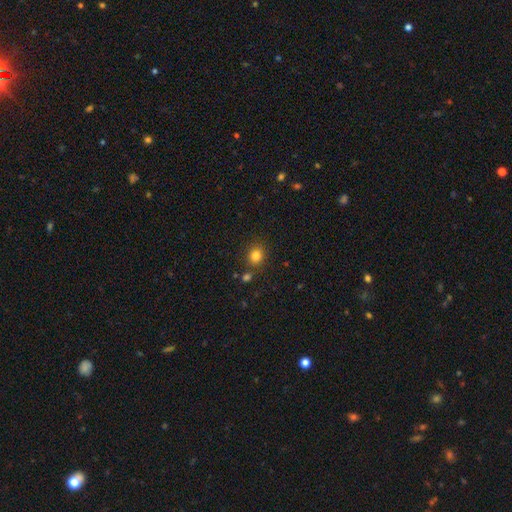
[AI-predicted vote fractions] A smooth galaxy with no disk features (82%) that is round (77%).

Vote fractions:
- Smooth or featured? smooth: 82% / star or artifact: 13% / featured or disk: 6%
- How rounded? round: 77% / in between: 22% / cigar-shaped: 1%
- Merging? none: 81% / minor disturbance: 9% / merger: 7% / major disturbance: 3%